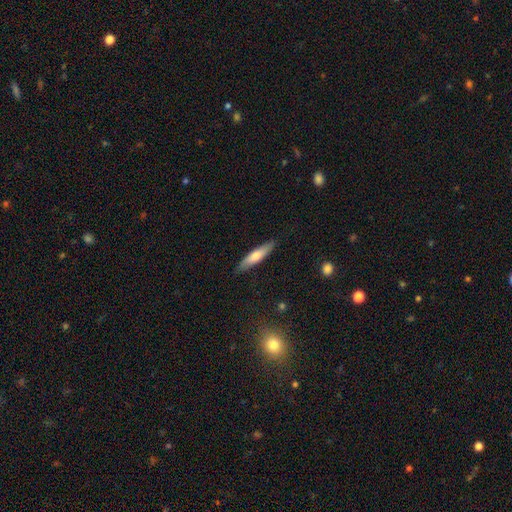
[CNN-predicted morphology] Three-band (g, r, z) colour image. It shows a smooth galaxy with no disk features (65%) that is cigar-shaped (77%). Merging: none (86%).